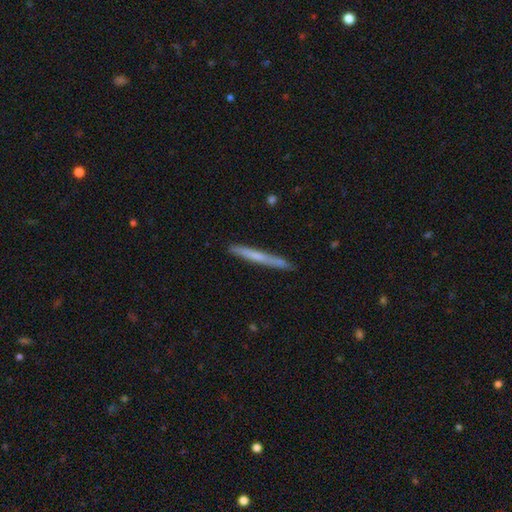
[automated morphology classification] Smooth or featured? Predicted: smooth (p=0.57). How rounded? Predicted: cigar-shaped (p=0.97). Merging? Predicted: none (p=0.86).